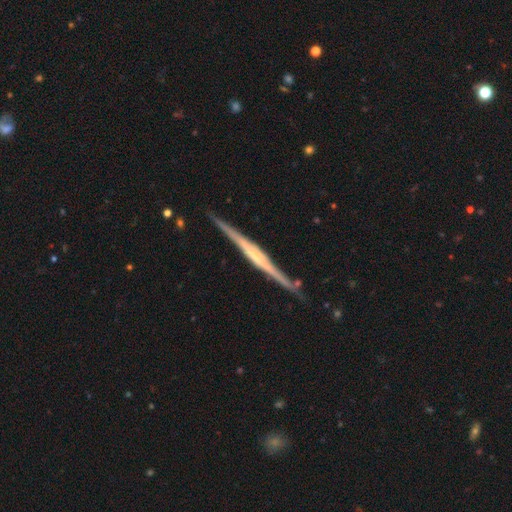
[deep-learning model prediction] A featured or disk galaxy (83%) viewed edge-on (98%) with a rounded central bulge (59%).

Vote fractions:
- Smooth or featured? featured or disk: 83% / smooth: 12% / star or artifact: 5%
- Edge-on disk? yes: 98% / no: 2%
- Edge-on bulge? rounded: 59% / boxy: 22% / none: 20%
- Merging? none: 87% / minor disturbance: 9% / merger: 2% / major disturbance: 2%